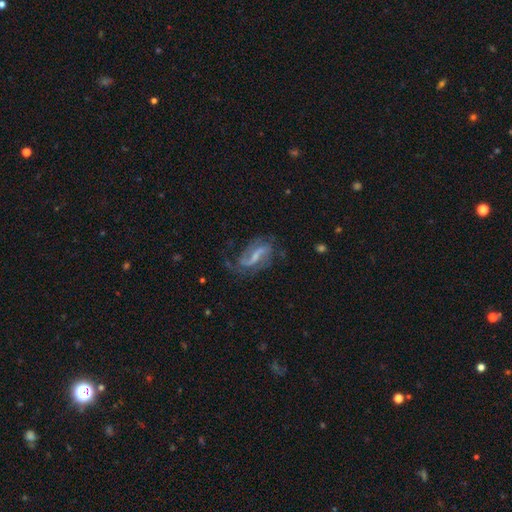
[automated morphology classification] A featured or disk galaxy (81%) with a strong bar (43%), 2 (80%) loose (44%) spiral arms (93%) and a small central bulge (44%).

Vote fractions:
- Smooth or featured? featured or disk: 81% / smooth: 11% / star or artifact: 7%
- Edge-on disk? no: 95% / yes: 5%
- Bar? strong: 43% / weak: 42% / no: 15%
- Spiral arms? yes: 93% / no: 7%
- Spiral winding? loose: 44% / medium: 41% / tight: 15%
- Spiral arm count? 2: 80% / 1: 7% / can't tell: 7% / 3: 3% / 4: 1% / more than 4: 1%
- Bulge size? small: 44% / none: 28% / moderate: 24% / large: 3% / dominant: 1%
- Merging? none: 59% / minor disturbance: 21% / major disturbance: 17% / merger: 3%